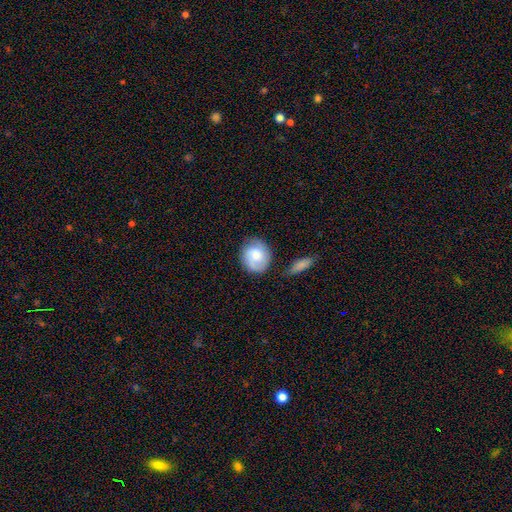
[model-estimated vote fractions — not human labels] Morphology: type=smooth (55%); roundness=round (70%); merging=none (71%).